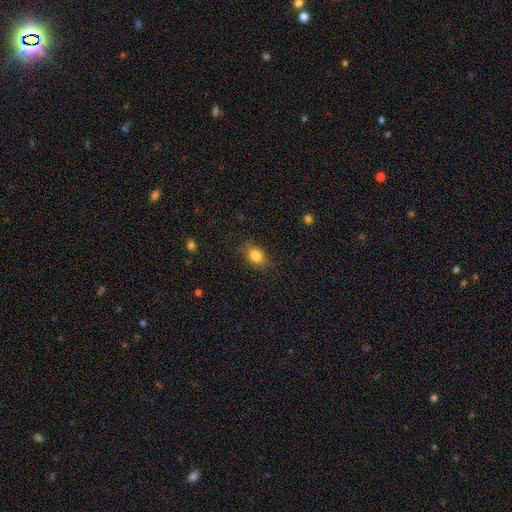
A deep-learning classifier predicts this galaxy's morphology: smooth_or_featured: smooth (p=0.83) [alt: star or artifact p=0.10]
how_rounded: in between (p=0.71) [alt: round p=0.28]
merging: none (p=0.83) [alt: minor disturbance p=0.13]